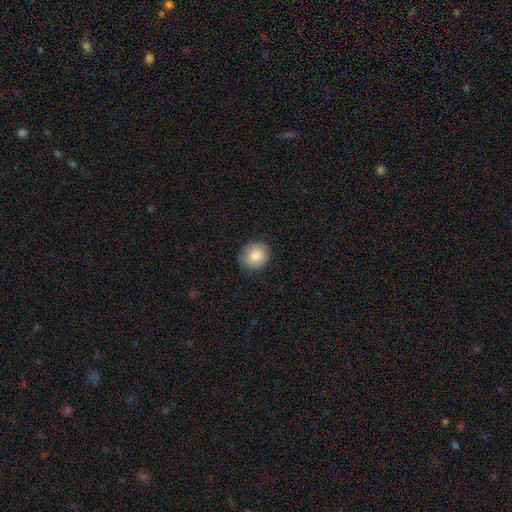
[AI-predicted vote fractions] Overall: smooth (84%). How rounded: round (76%). Merging: none (83%).